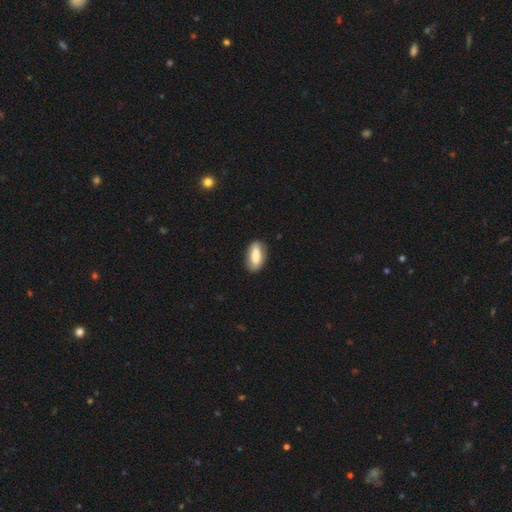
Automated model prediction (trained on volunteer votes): A smooth galaxy with no disk features (75%) that is in between round and cigar-shaped (88%).

Vote fractions:
- Smooth or featured? smooth: 75% / featured or disk: 19% / star or artifact: 6%
- How rounded? in between: 88% / cigar-shaped: 9% / round: 3%
- Merging? none: 82% / minor disturbance: 14% / major disturbance: 3% / merger: 1%